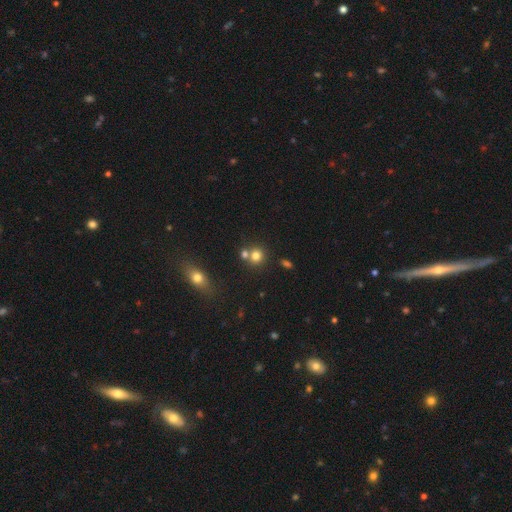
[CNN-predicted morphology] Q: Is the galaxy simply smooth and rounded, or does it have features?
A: smooth — 77%.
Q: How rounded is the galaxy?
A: round — 84%.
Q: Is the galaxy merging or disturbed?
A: none — 56%.